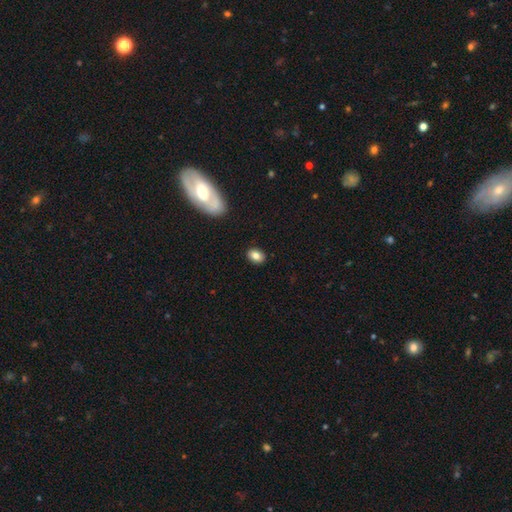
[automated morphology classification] smooth-or-featured: smooth: 83% | star or artifact: 9% | featured or disk: 8%
  how-rounded: in between: 71% | round: 28% | cigar-shaped: 1%
  merging: none: 88% | minor disturbance: 8% | major disturbance: 2% | merger: 1%